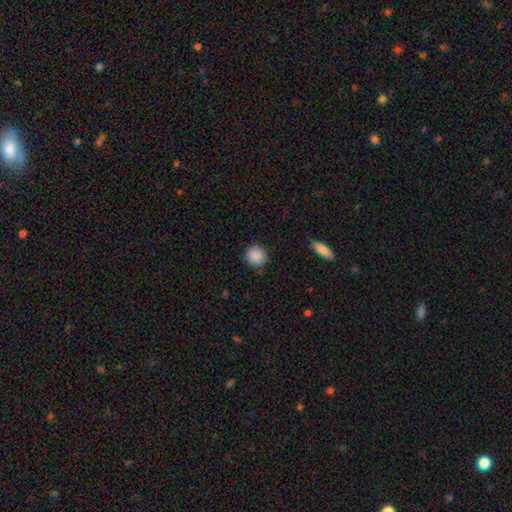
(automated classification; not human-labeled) Smooth or featured? smooth (89%)
How rounded? round (91%)
Merging? none (88%)